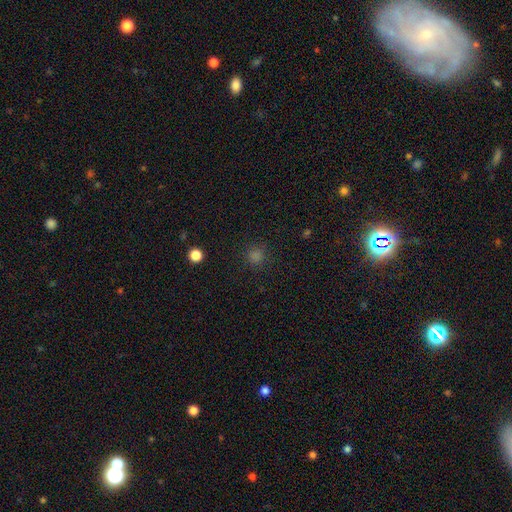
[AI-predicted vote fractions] Smooth or featured?
  - smooth: 70% *
  - star or artifact: 25%
  - featured or disk: 5%
How rounded?
  - round: 93% *
  - in between: 6%
  - cigar-shaped: 1%
Merging?
  - none: 89% *
  - minor disturbance: 7%
  - major disturbance: 3%
  - merger: 1%